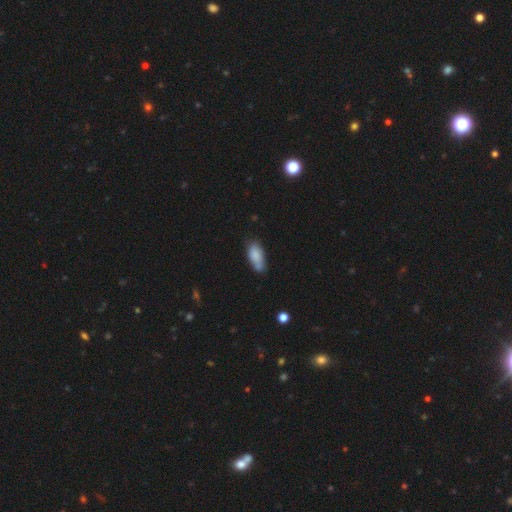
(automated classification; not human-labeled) The model was most divided on "merging": none: 54%, minor disturbance: 28%, merger: 11%, major disturbance: 7%. More confident: how rounded — in between (85%); smooth or featured — smooth (82%).